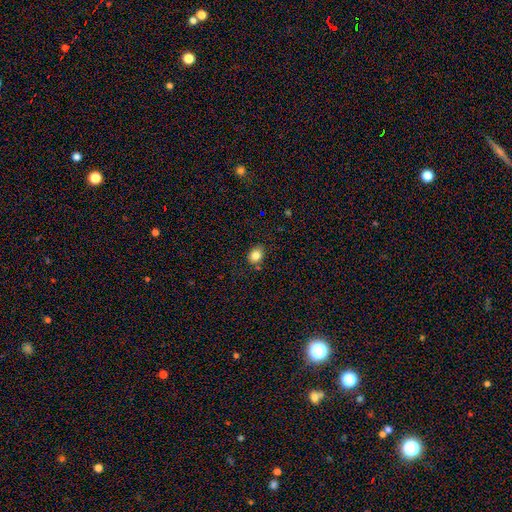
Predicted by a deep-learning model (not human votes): smooth-or-featured: smooth: 83% | star or artifact: 10% | featured or disk: 7%
  how-rounded: round: 51% | in between: 48% | cigar-shaped: 1%
  merging: none: 80% | minor disturbance: 13% | merger: 4% | major disturbance: 3%